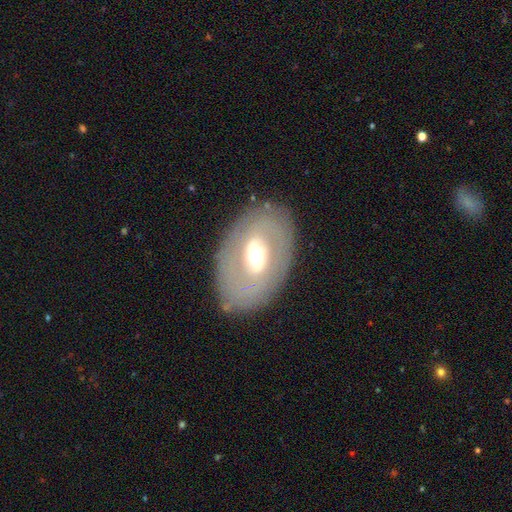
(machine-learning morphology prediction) This appears to be a featured or disk galaxy (61%) with a weak bar (41%), no spiral arms (68%) and a moderate central bulge (66%). Merging: none (82%).